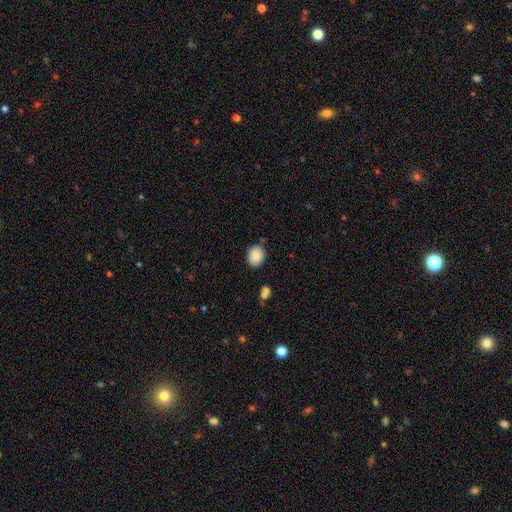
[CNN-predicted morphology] smooth-or-featured: smooth: 85% | star or artifact: 8% | featured or disk: 7%
  how-rounded: round: 52% | in between: 48% | cigar-shaped: 1%
  merging: none: 82% | minor disturbance: 12% | merger: 3% | major disturbance: 2%